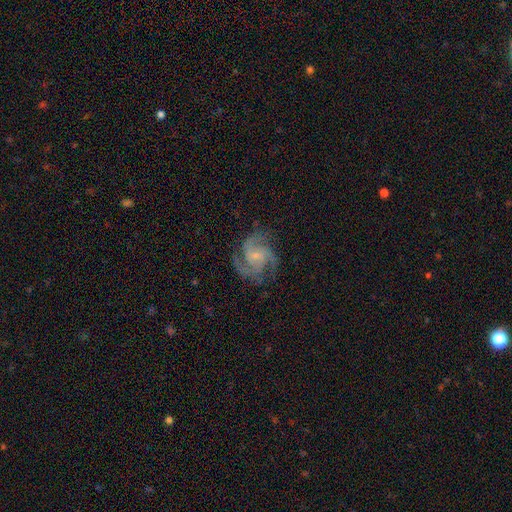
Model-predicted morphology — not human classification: smooth-or-featured: featured or disk: 89% | smooth: 6% | star or artifact: 5%
  disk-edge-on: no: 98% | yes: 2%
    bar: no: 54% | weak: 38% | strong: 8%
    has-spiral-arms: yes: 98% | no: 2%
      spiral-winding: medium: 55% | tight: 33% | loose: 11%
      spiral-arm-count: 3: 55% | 2: 15% | 4: 13% | can't tell: 8% | 1: 5% | more than 4: 5%
    bulge-size: small: 70% | moderate: 19% | none: 8% | large: 1% | dominant: 1%
  merging: none: 73% | minor disturbance: 17% | major disturbance: 9% | merger: 1%